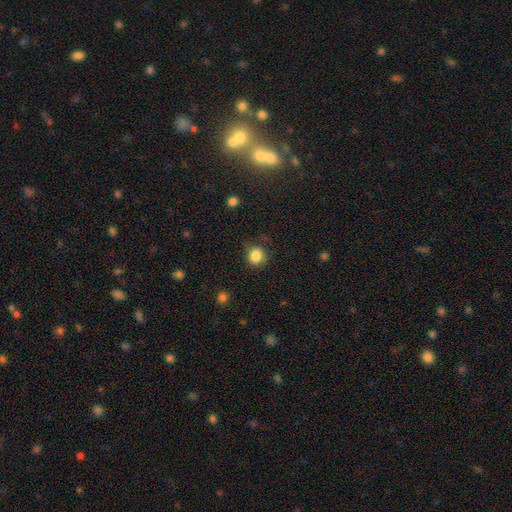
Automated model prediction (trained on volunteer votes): Overall: smooth (85%). How rounded: round (81%). Merging: none (75%).